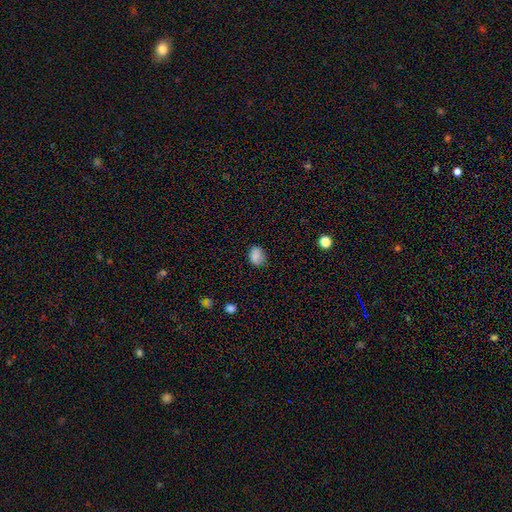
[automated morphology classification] This is clearly a smooth galaxy (85%). How rounded: likely in between (63%). Merging: likely none (71%).